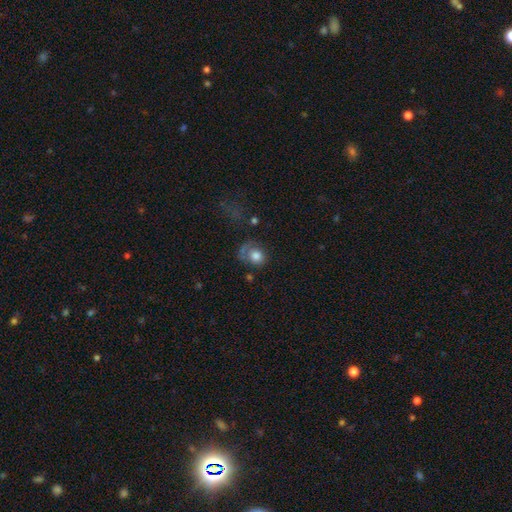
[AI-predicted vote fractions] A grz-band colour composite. It shows a smooth galaxy with no disk features (75%) that is round (64%). Merging: none (46%).